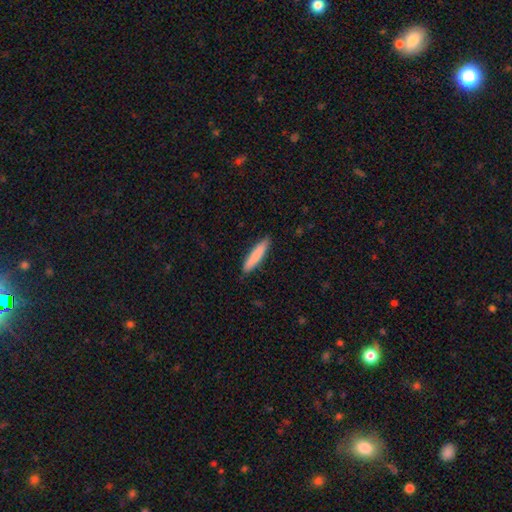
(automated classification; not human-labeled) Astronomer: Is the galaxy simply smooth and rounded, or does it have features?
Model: smooth — 83%.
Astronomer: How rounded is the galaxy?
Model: cigar-shaped — 88%.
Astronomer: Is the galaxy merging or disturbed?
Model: none — 88%.